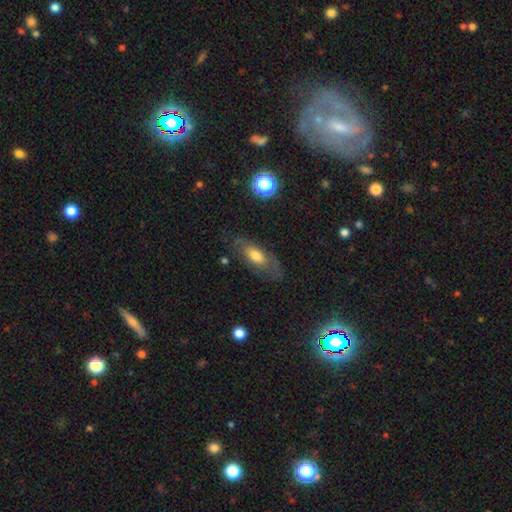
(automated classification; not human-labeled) A smooth galaxy with no disk features (48%). Merging: none (71%).